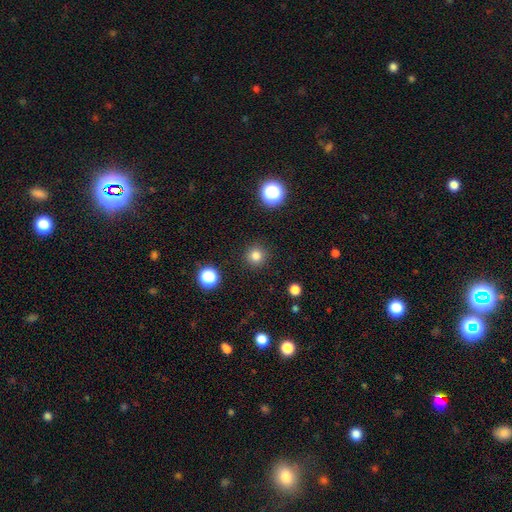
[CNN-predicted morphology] Smooth or featured: smooth — 80% (star or artifact — 15%)
How rounded: round — 96% (in between — 3%)
Merging: none — 91% (minor disturbance — 5%)